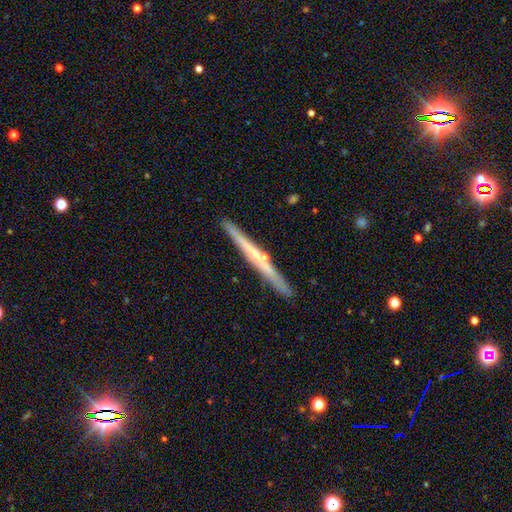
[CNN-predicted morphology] Smooth or featured? Predicted: featured or disk (p=0.59). Edge-on disk? Predicted: yes (p=0.97). Edge-on bulge? Predicted: none (p=0.70). Merging? Predicted: none (p=0.88).